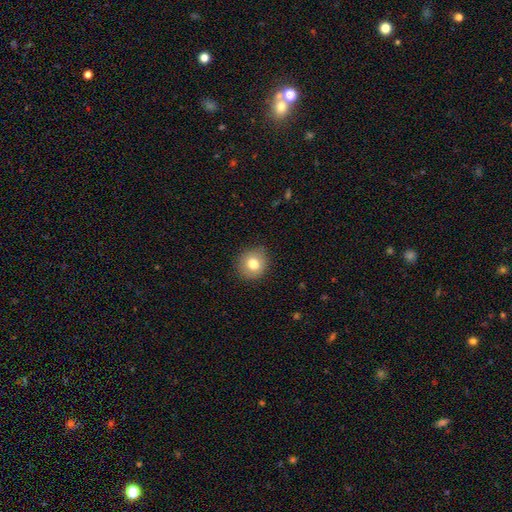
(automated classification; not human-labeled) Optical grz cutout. It shows a smooth galaxy with no disk features (68%) that is round (92%). Merging: none (91%).